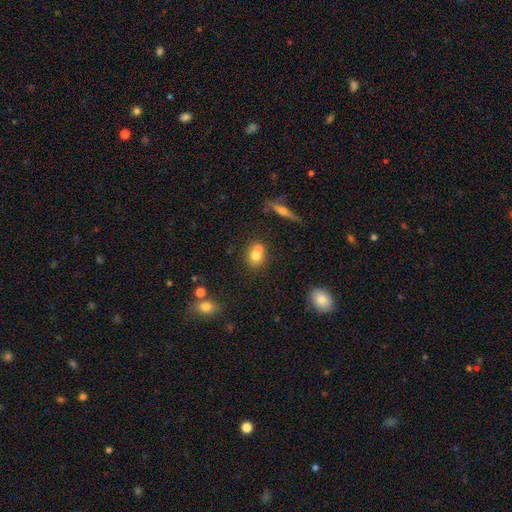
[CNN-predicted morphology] Q: Smooth or featured?
A: smooth (69%); runner-up: featured or disk (19%)
Q: How rounded?
A: round (70%); runner-up: in between (28%)
Q: Merging?
A: merger (53%); runner-up: none (37%)